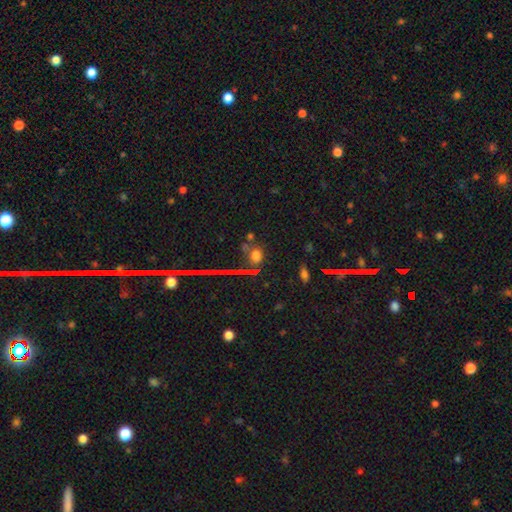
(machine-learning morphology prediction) Overall: smooth (64%). How rounded: round (57%; in between 39%). Merging: none (57%).